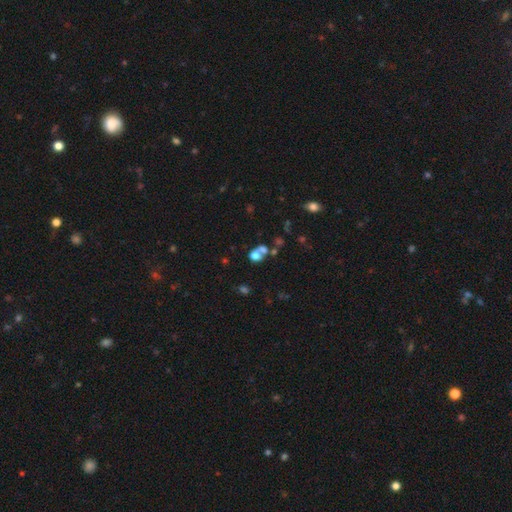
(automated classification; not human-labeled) Smooth or featured? Predicted: smooth (p=0.61). How rounded? Predicted: in between (p=0.52). Merging? Predicted: merger (p=0.56).